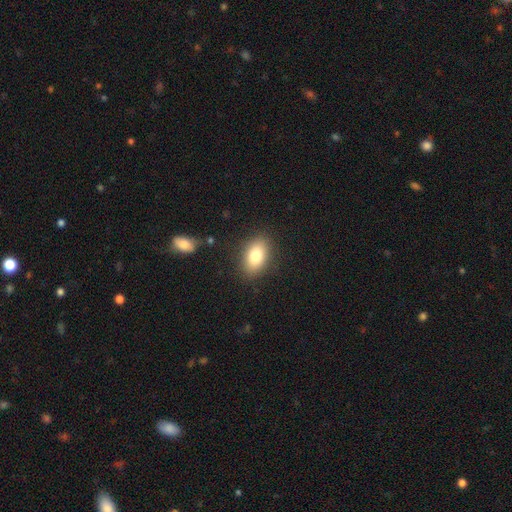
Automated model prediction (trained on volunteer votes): smooth_or_featured: smooth (p=0.80) [alt: featured or disk p=0.12]
how_rounded: in between (p=0.87) [alt: round p=0.11]
merging: none (p=0.86) [alt: minor disturbance p=0.10]